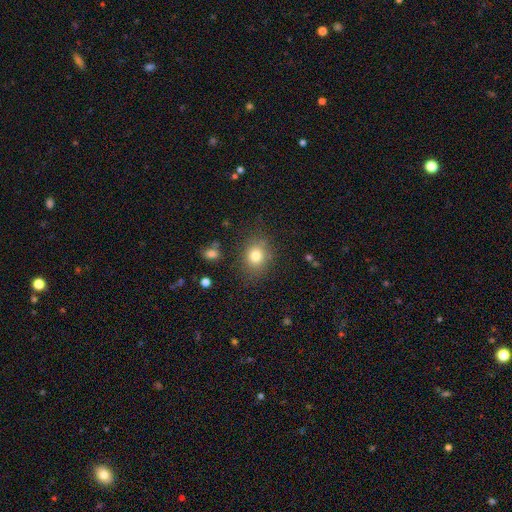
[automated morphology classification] Smooth or featured? smooth (79%)
How rounded? round (60%)
Merging? none (80%)